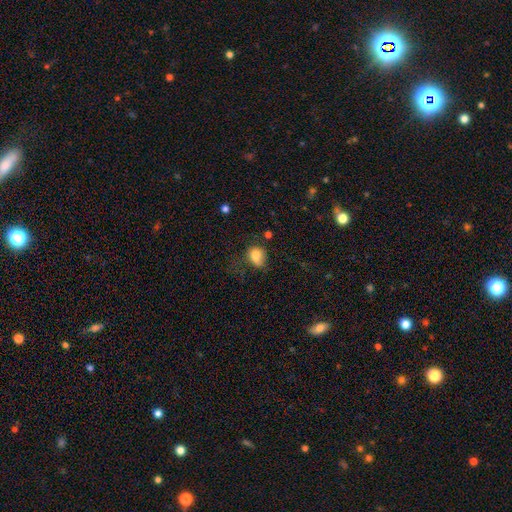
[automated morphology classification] smooth-or-featured: smooth: 81% | star or artifact: 10% | featured or disk: 9%
  how-rounded: in between: 56% | round: 43% | cigar-shaped: 1%
  merging: none: 40% | minor disturbance: 33% | major disturbance: 23% | merger: 4%